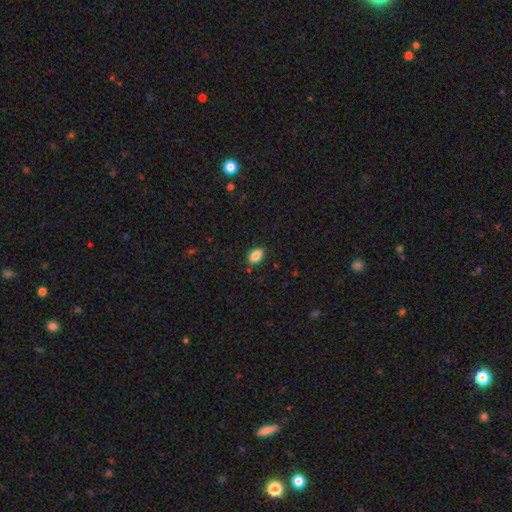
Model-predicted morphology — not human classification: A smooth galaxy with no disk features (87%) that is in between round and cigar-shaped (89%). Merging: none (85%).